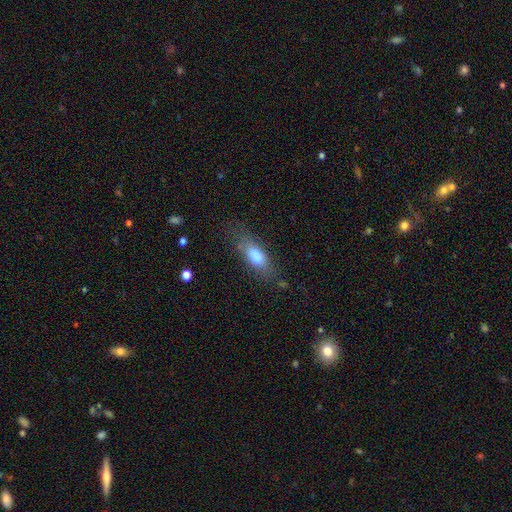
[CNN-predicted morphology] smooth_or_featured: smooth (p=0.76) [alt: featured or disk p=0.17]
how_rounded: in between (p=0.71) [alt: cigar-shaped p=0.27]
merging: none (p=0.68) [alt: minor disturbance p=0.21]